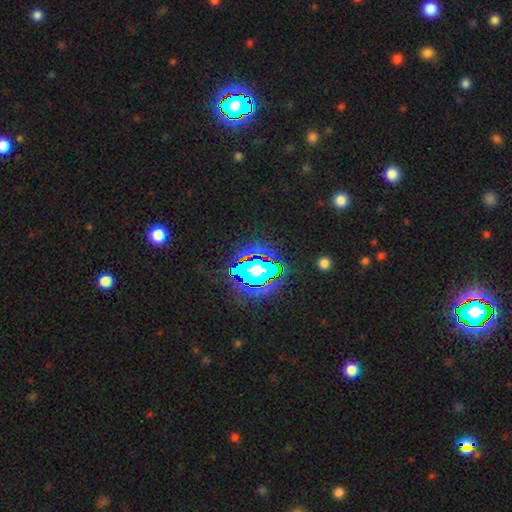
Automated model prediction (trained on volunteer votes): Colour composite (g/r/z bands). It shows a star or artifact, not a galaxy (83%).